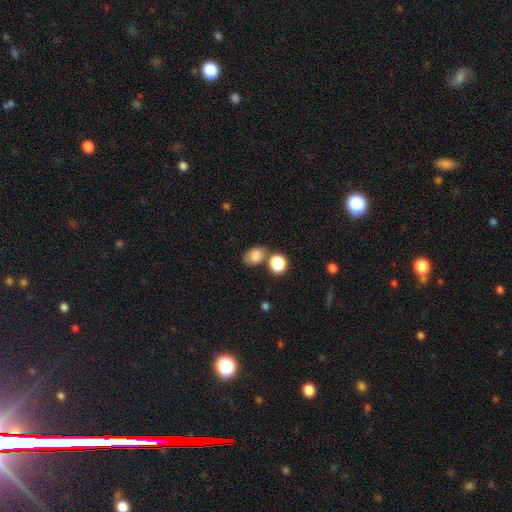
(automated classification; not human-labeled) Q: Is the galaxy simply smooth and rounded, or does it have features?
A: smooth — 81%.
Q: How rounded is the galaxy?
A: in between — 71%.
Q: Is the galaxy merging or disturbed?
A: none — 53%.